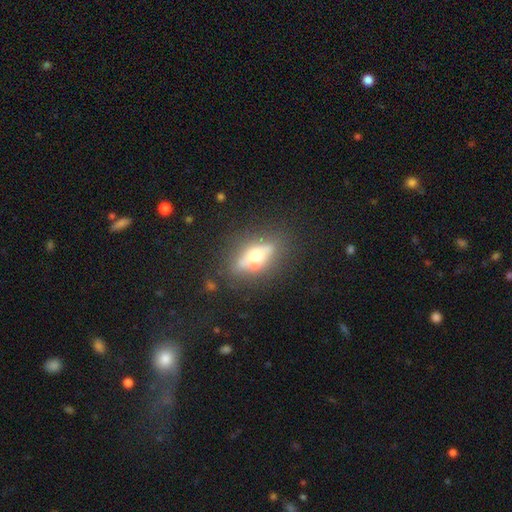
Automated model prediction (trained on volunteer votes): smooth-or-featured: featured or disk: 55% | smooth: 35% | star or artifact: 11%
  disk-edge-on: yes: 69% | no: 31%
  merging: none: 68% | minor disturbance: 15% | merger: 11% | major disturbance: 7%